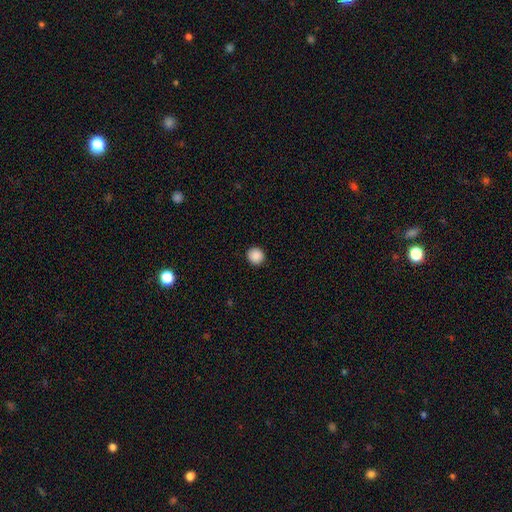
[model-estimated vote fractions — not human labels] This is clearly a smooth galaxy (89%). How rounded: clearly round (89%). Merging: clearly none (92%).